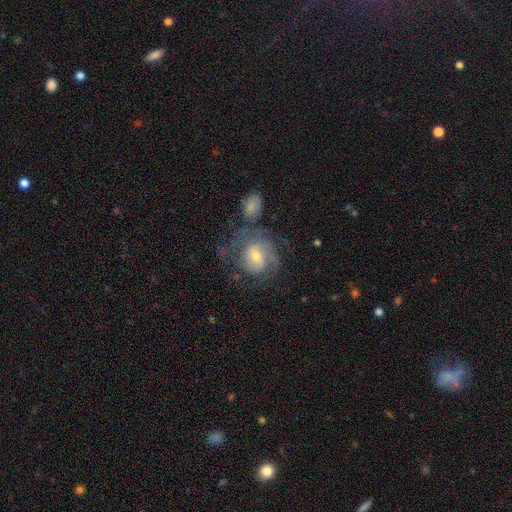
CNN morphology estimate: This is likely a featured or disk galaxy (70%). It is clearly not viewed edge-on (97%). Bar: possibly weak (47%). Spiral arm pattern: clearly yes (87%). Spiral arm count: marginally can't tell (39%). Spiral winding: possibly tight (48%). Central bulge: possibly moderate (46%). Merging: possibly none (47%).